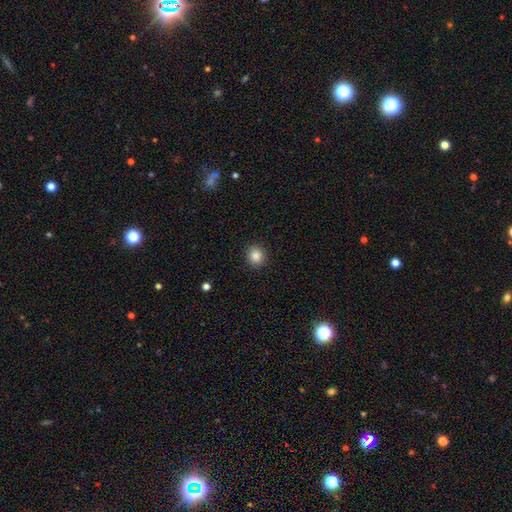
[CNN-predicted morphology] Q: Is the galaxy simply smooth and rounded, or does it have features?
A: smooth — 86%.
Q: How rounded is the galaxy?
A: round — 84%.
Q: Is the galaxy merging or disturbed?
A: none — 91%.